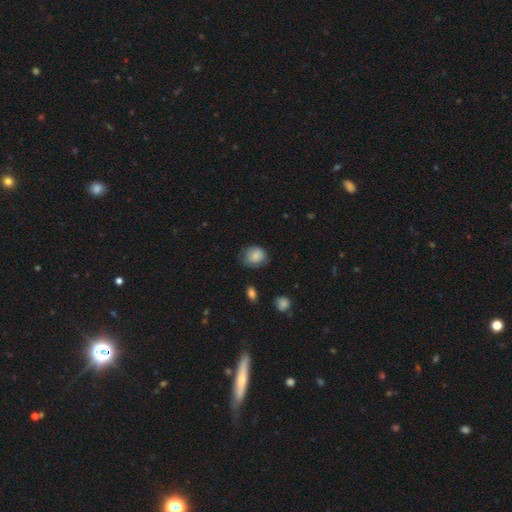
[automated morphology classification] Q: Smooth or featured?
A: smooth (81%); runner-up: featured or disk (11%)
Q: How rounded?
A: round (66%); runner-up: in between (33%)
Q: Merging?
A: none (61%); runner-up: minor disturbance (29%)